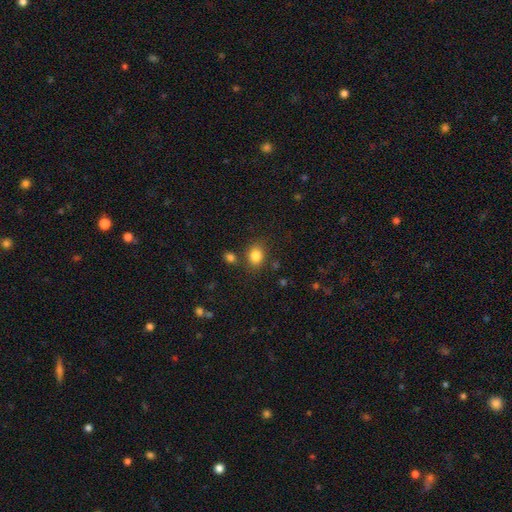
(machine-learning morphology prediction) smooth 83%, star or artifact 11%, featured or disk 6%. Down the decision tree: how rounded — round (50%); merging — none (77%).